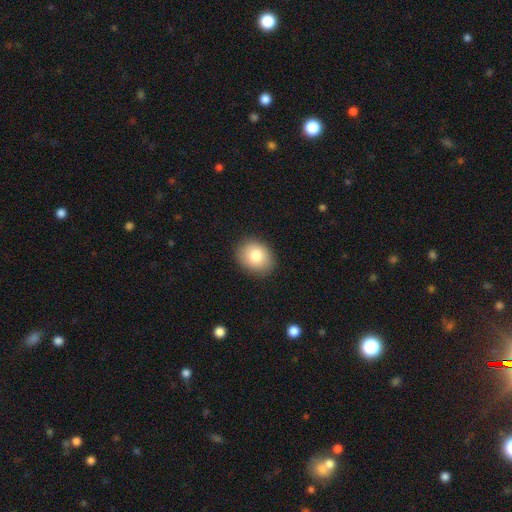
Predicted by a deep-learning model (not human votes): A smooth galaxy with no disk features (81%) that is in between round and cigar-shaped (52%). Merging: none (88%).